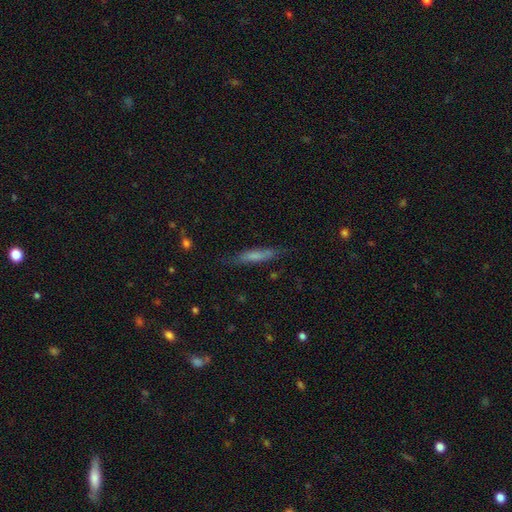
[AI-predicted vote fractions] A smooth galaxy with no disk features (62%) that is cigar-shaped (88%). Merging: none (76%).